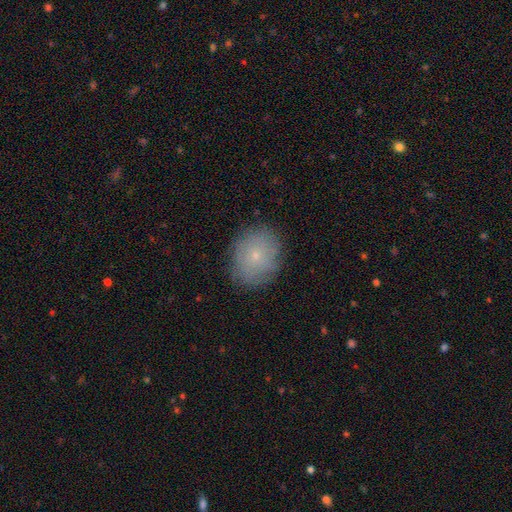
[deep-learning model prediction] Smooth or featured?
  - smooth: 65% *
  - featured or disk: 24%
  - star or artifact: 11%
How rounded?
  - round: 52% *
  - in between: 46%
  - cigar-shaped: 1%
Merging?
  - none: 84% *
  - minor disturbance: 12%
  - major disturbance: 3%
  - merger: 1%